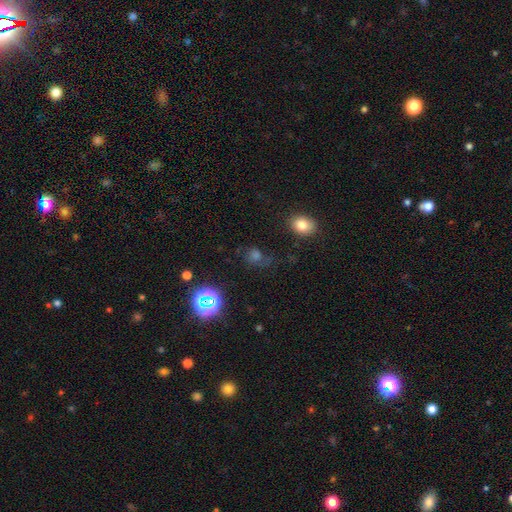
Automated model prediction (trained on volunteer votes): This is possibly a smooth galaxy (48%). Merging: possibly none (58%).